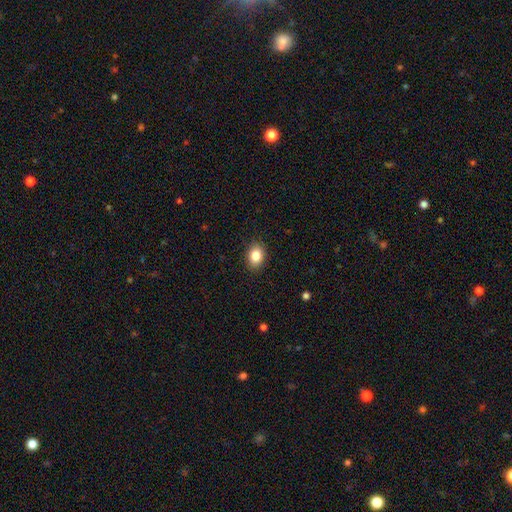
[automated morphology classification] A smooth galaxy with no disk features (85%) that is in between round and cigar-shaped (72%).

Vote fractions:
- Smooth or featured? smooth: 85% / star or artifact: 9% / featured or disk: 6%
- How rounded? in between: 72% / round: 27% / cigar-shaped: 1%
- Merging? none: 89% / minor disturbance: 8% / major disturbance: 2% / merger: 1%